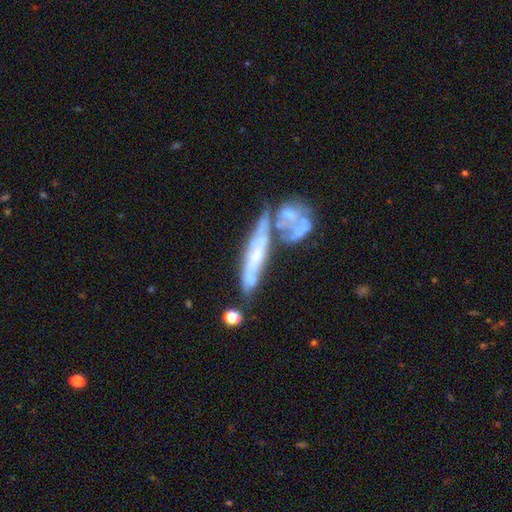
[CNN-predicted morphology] Smooth or featured?
  - featured or disk: 63% *
  - smooth: 26%
  - star or artifact: 10%
Edge-on disk?
  - no: 60% *
  - yes: 40%
Merging?
  - merger: 51% *
  - none: 24%
  - major disturbance: 13%
  - minor disturbance: 13%